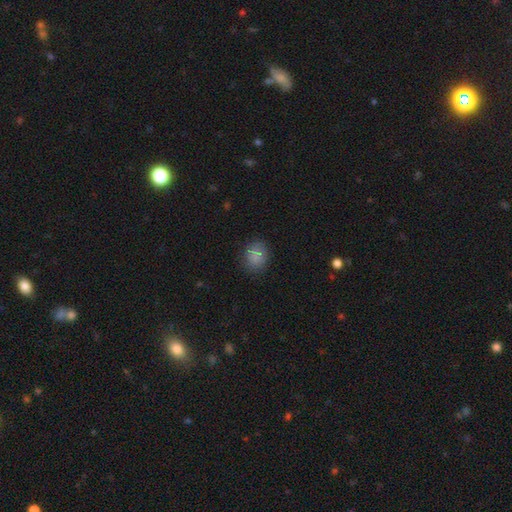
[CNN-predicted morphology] type=smooth (80%); roundness=round (52%); merging=none (79%).